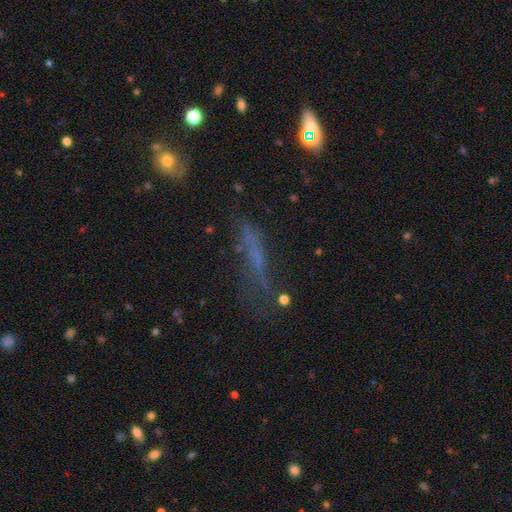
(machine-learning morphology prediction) A smooth galaxy with no disk features (43%). Merging: none (54%).